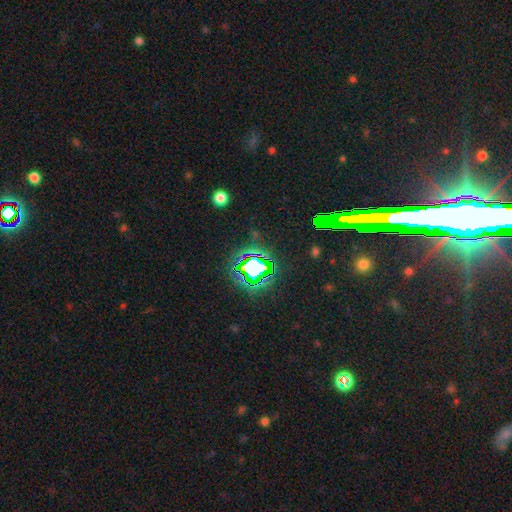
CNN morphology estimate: Smooth or featured? Predicted: star or artifact (p=0.76).